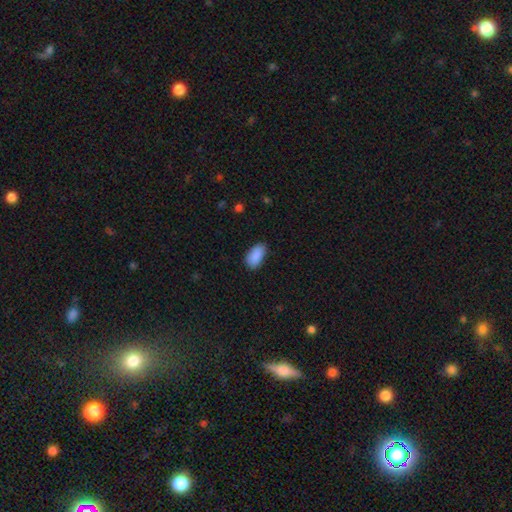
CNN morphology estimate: The model was most divided on "merging": none: 78%, minor disturbance: 18%, major disturbance: 3%, merger: 1%. More confident: how rounded — in between (94%); smooth or featured — smooth (90%).